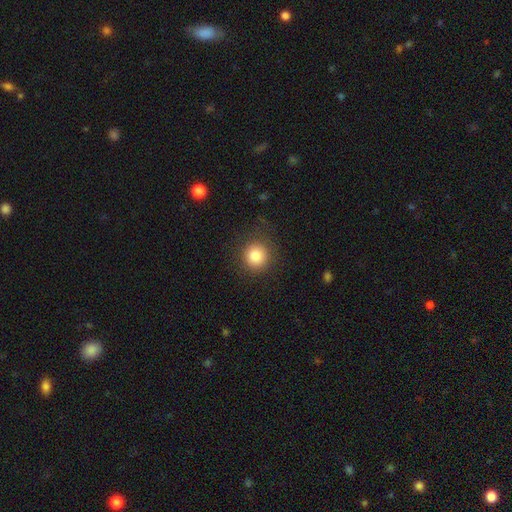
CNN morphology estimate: Q: Smooth or featured?
A: smooth (83%); runner-up: star or artifact (10%)
Q: How rounded?
A: round (93%); runner-up: in between (6%)
Q: Merging?
A: none (86%); runner-up: minor disturbance (9%)